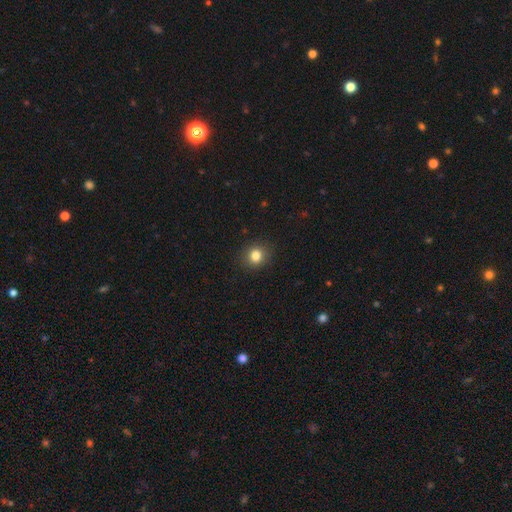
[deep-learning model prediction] A smooth galaxy with no disk features (82%) that is round (80%). Merging: none (90%).